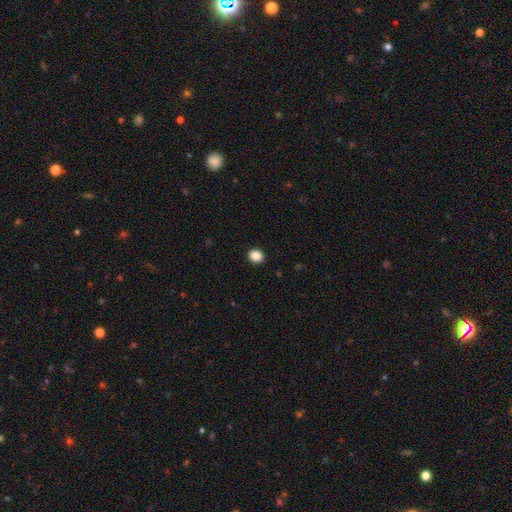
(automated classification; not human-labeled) This is clearly a smooth galaxy (88%). How rounded: likely round (69%). Merging: clearly none (92%).